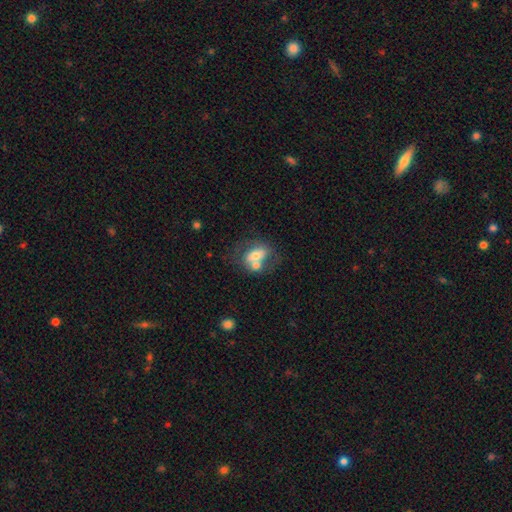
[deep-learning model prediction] Smooth or featured?
  - smooth: 54% *
  - featured or disk: 37%
  - star or artifact: 8%
How rounded?
  - in between: 75% *
  - round: 23%
  - cigar-shaped: 3%
Merging?
  - merger: 48% *
  - none: 31%
  - minor disturbance: 13%
  - major disturbance: 8%